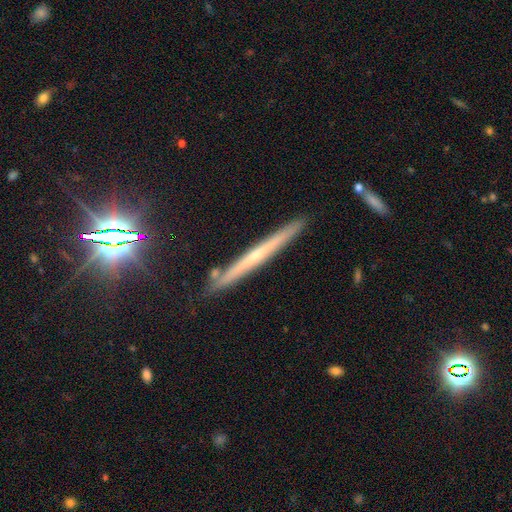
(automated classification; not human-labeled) smooth_or_featured: featured or disk (p=0.60) [alt: smooth p=0.30]
disk_edge_on: yes (p=0.96) [alt: no p=0.04]
edge_on_bulge: none (p=0.60) [alt: rounded p=0.36]
merging: none (p=0.88) [alt: minor disturbance p=0.08]